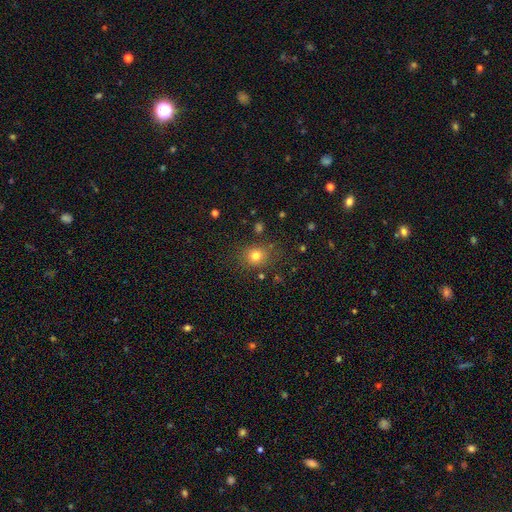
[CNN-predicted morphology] Smooth or featured? smooth (77%)
How rounded? round (77%)
Merging? none (81%)